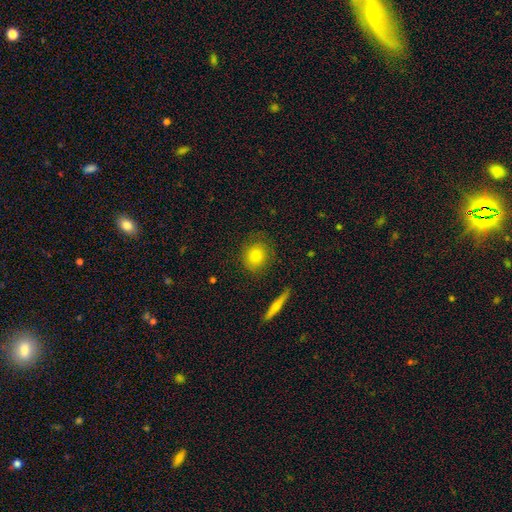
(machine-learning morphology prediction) Smooth or featured? Predicted: smooth (p=0.79). How rounded? Predicted: round (p=0.76). Merging? Predicted: none (p=0.81).